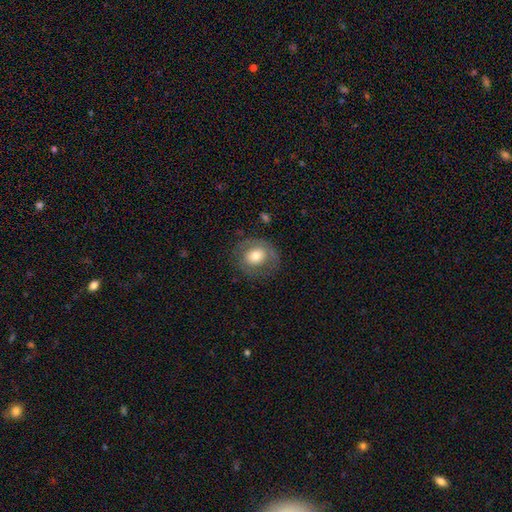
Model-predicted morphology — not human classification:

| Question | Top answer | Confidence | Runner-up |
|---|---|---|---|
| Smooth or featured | smooth | 64% | featured or disk (28%) |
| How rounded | round | 76% | in between (23%) |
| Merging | none | 75% | minor disturbance (15%) |